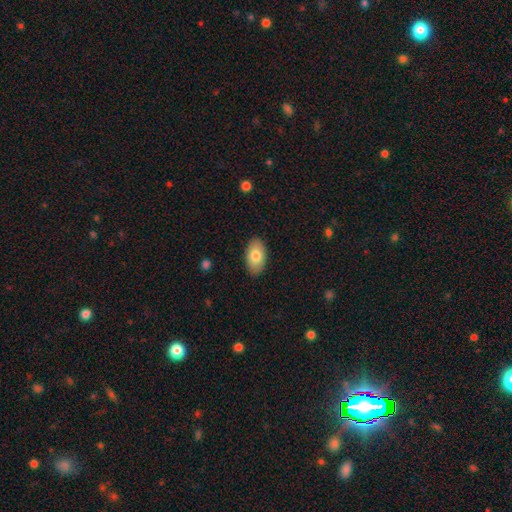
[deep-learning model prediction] smooth 79%, featured or disk 15%, star or artifact 6%. Down the decision tree: how rounded — in between (94%); merging — none (87%).